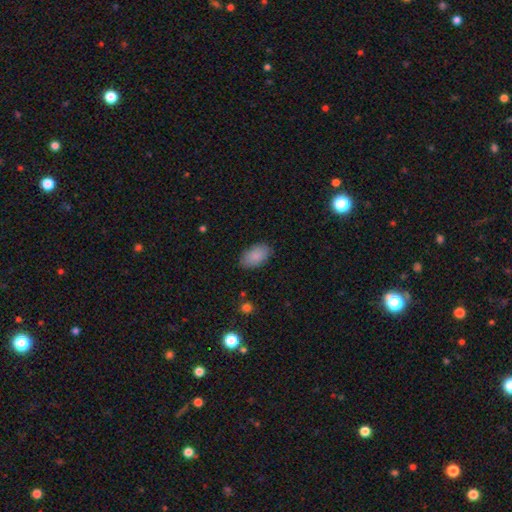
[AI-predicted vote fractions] Smooth or featured?
  - smooth: 87% *
  - star or artifact: 7%
  - featured or disk: 6%
How rounded?
  - in between: 94% *
  - round: 5%
  - cigar-shaped: 2%
Merging?
  - none: 86% *
  - minor disturbance: 10%
  - major disturbance: 2%
  - merger: 1%